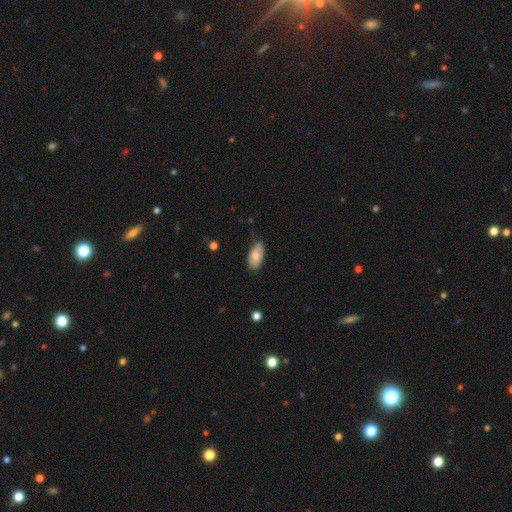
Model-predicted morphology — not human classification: Smooth or featured? smooth (81%)
How rounded? in between (93%)
Merging? none (70%)